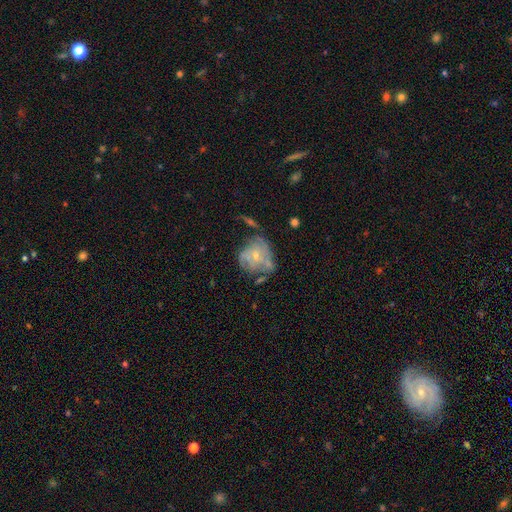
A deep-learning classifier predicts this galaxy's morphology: A featured or disk galaxy (66%) with no bar (74%), spiral arms (69%) and a small central bulge (64%). Merging: none (41%).